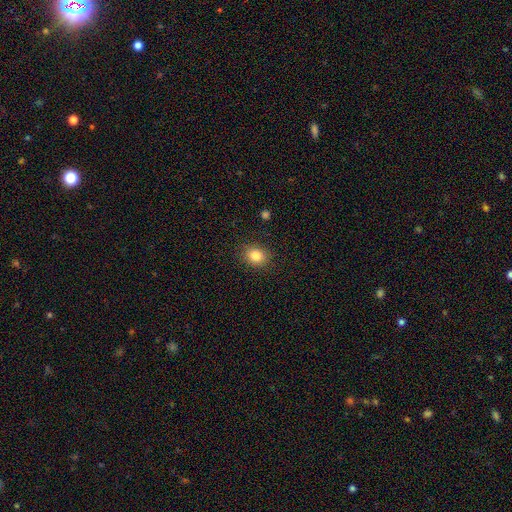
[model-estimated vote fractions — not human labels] Q: Smooth or featured?
A: smooth (82%); runner-up: star or artifact (11%)
Q: How rounded?
A: round (60%); runner-up: in between (39%)
Q: Merging?
A: none (89%); runner-up: minor disturbance (8%)